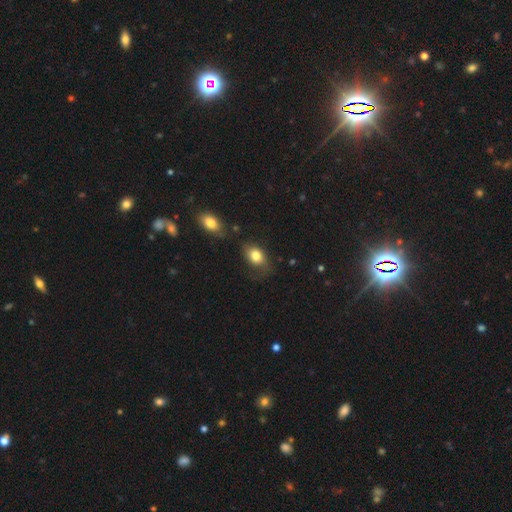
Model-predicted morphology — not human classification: This appears to be a smooth galaxy with no disk features (79%) that is in between round and cigar-shaped (75%). Merging: none (50%).